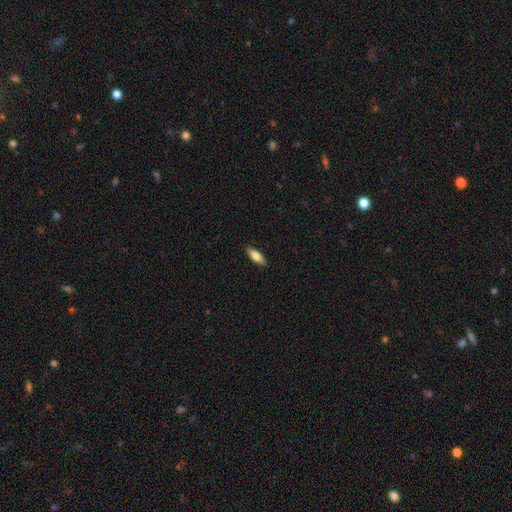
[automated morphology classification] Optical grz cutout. It shows a smooth galaxy with no disk features (78%) that is in between round and cigar-shaped (65%). Merging: none (88%).